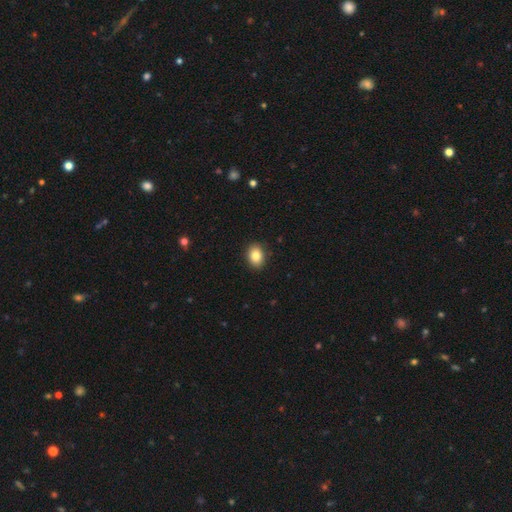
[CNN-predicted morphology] A smooth galaxy with no disk features (85%) that is in between round and cigar-shaped (70%). Merging: none (90%).